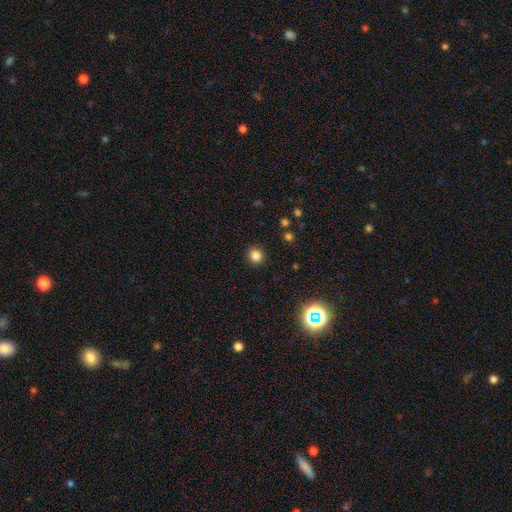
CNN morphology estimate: smooth_or_featured: smooth (p=0.83) [alt: star or artifact p=0.13]
how_rounded: round (p=0.92) [alt: in between p=0.08]
merging: none (p=0.92) [alt: minor disturbance p=0.05]